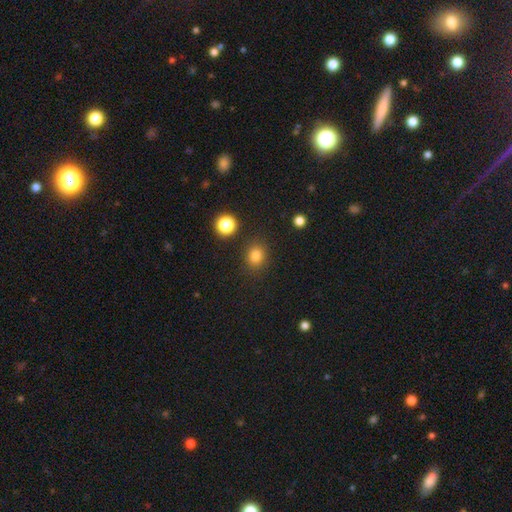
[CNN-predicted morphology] This is clearly a smooth galaxy (82%). How rounded: likely round (65%). Merging: clearly none (85%).